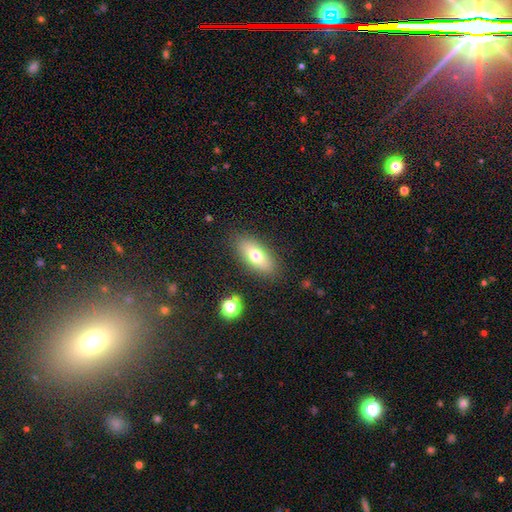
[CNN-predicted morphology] smooth_or_featured: smooth (p=0.69) [alt: featured or disk p=0.22]
how_rounded: in between (p=0.80) [alt: cigar-shaped p=0.16]
merging: none (p=0.85) [alt: minor disturbance p=0.10]